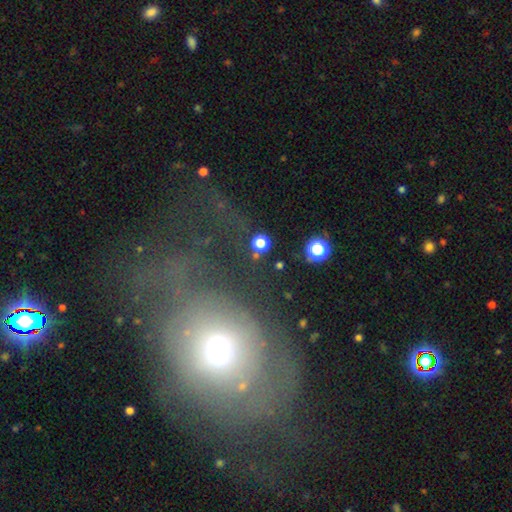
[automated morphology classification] This is marginally a smooth galaxy (42%). Merging: likely none (66%).